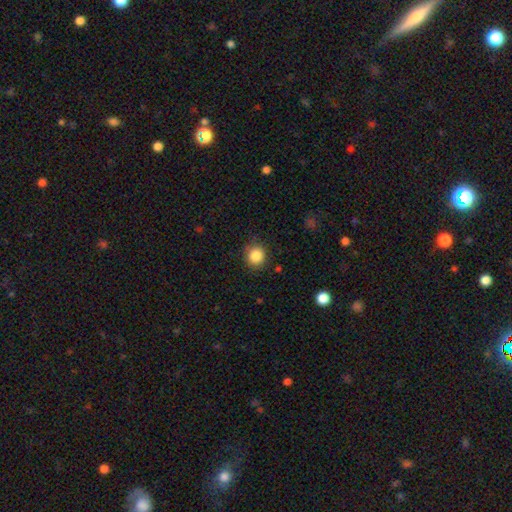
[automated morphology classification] This appears to be a smooth galaxy with no disk features (86%) that is round (84%). Merging: none (86%).